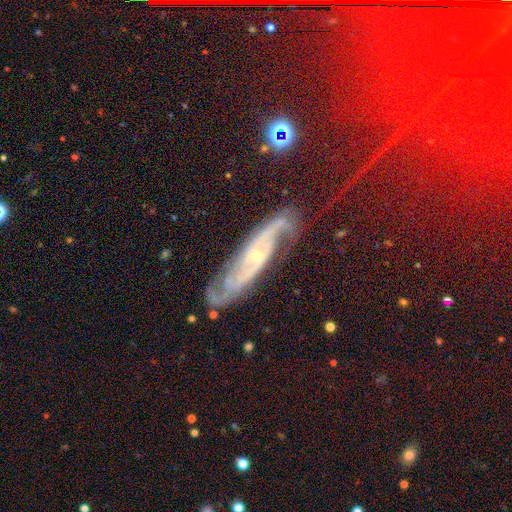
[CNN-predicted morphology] Smooth or featured? Predicted: featured or disk (p=0.80). Edge-on disk? Predicted: no (p=0.81). Bar? Predicted: no (p=0.49). Spiral arms? Predicted: yes (p=0.97). Spiral winding? Predicted: medium (p=0.42, tied with tight). Spiral arm count? Predicted: 2 (p=0.62). Bulge size? Predicted: small (p=0.71). Merging? Predicted: none (p=0.76).